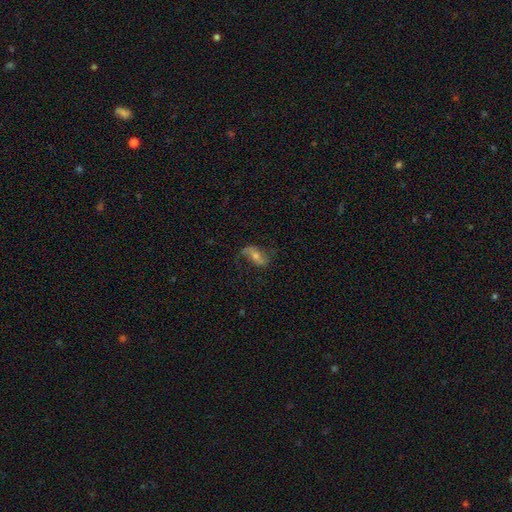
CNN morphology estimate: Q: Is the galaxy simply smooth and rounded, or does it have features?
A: featured or disk — 69%.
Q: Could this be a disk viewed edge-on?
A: no — 94%.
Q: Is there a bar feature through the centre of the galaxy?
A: no — 39%.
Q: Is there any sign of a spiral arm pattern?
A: yes — 91%.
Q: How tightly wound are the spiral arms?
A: loose — 73%.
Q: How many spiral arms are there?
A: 2 — 90%.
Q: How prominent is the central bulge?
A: moderate — 58%.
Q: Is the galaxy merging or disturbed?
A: none — 73%.